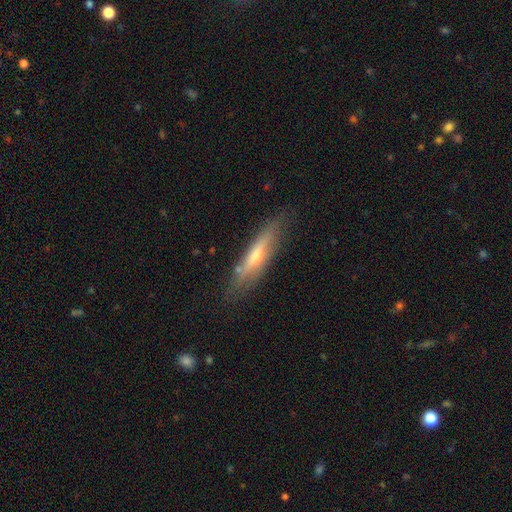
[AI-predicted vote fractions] Smooth or featured? featured or disk (51%)
Edge-on disk? yes (82%)
Merging? none (77%)